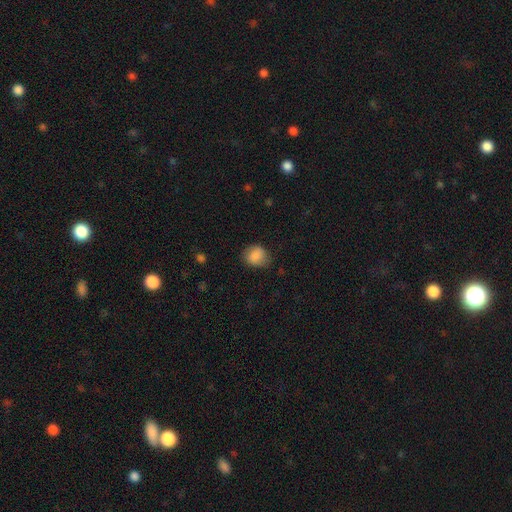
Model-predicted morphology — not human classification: Q: Smooth or featured?
A: smooth (85%); runner-up: star or artifact (8%)
Q: How rounded?
A: round (60%); runner-up: in between (39%)
Q: Merging?
A: none (73%); runner-up: minor disturbance (21%)